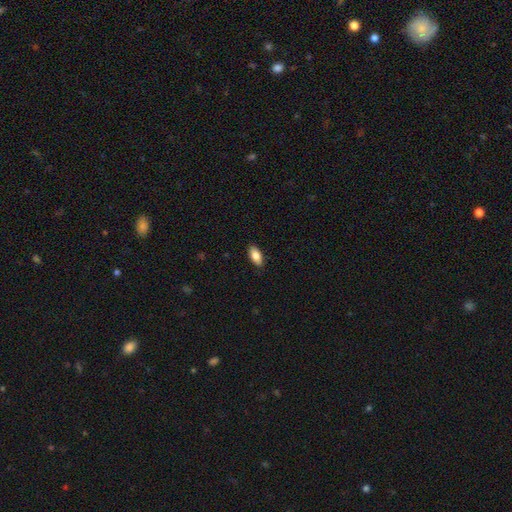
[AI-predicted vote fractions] Smooth or featured? Predicted: smooth (p=0.83). How rounded? Predicted: in between (p=0.88). Merging? Predicted: none (p=0.88).